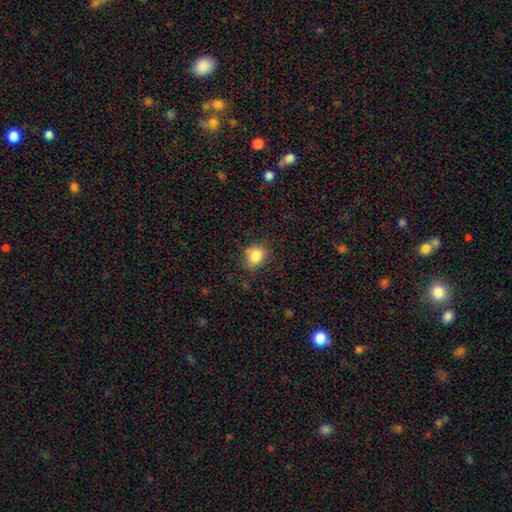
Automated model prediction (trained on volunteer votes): Smooth or featured?
  - smooth: 83% *
  - star or artifact: 10%
  - featured or disk: 6%
How rounded?
  - round: 65% *
  - in between: 34%
  - cigar-shaped: 1%
Merging?
  - none: 73% *
  - minor disturbance: 20%
  - major disturbance: 5%
  - merger: 2%